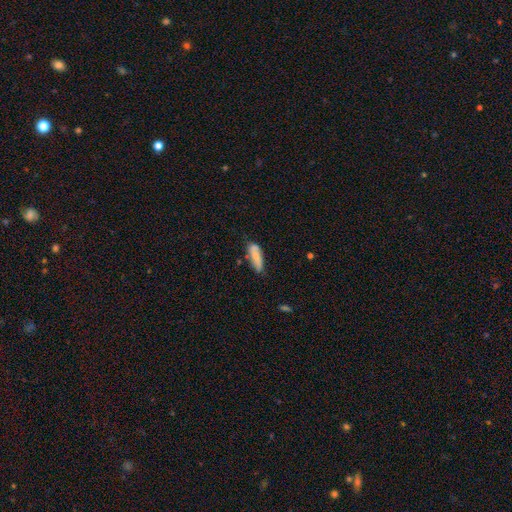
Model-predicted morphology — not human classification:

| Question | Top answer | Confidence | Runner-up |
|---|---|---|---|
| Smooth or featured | smooth | 76% | featured or disk (18%) |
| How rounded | in between | 54% | cigar-shaped (44%) |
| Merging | none | 65% | minor disturbance (25%) |